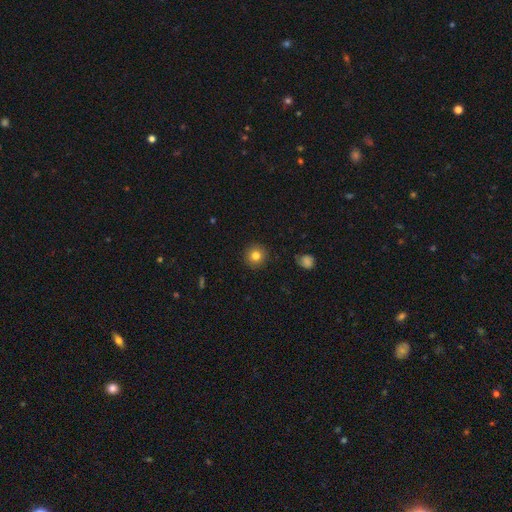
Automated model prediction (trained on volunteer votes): Smooth or featured?
  - smooth: 81% *
  - star or artifact: 11%
  - featured or disk: 8%
How rounded?
  - round: 94% *
  - in between: 5%
  - cigar-shaped: 1%
Merging?
  - none: 91% *
  - minor disturbance: 6%
  - major disturbance: 2%
  - merger: 1%